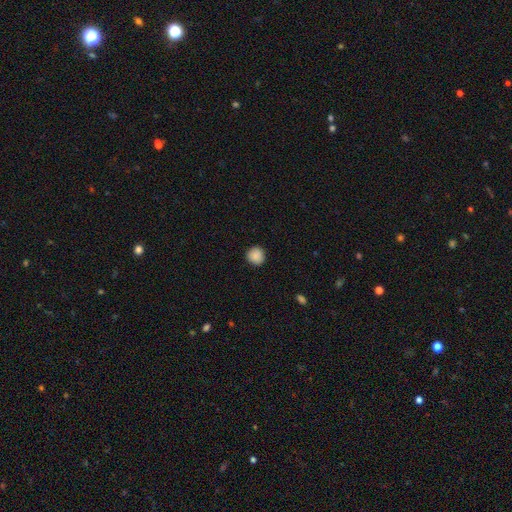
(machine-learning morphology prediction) This is clearly a smooth galaxy (88%). How rounded: clearly round (93%). Merging: clearly none (90%).